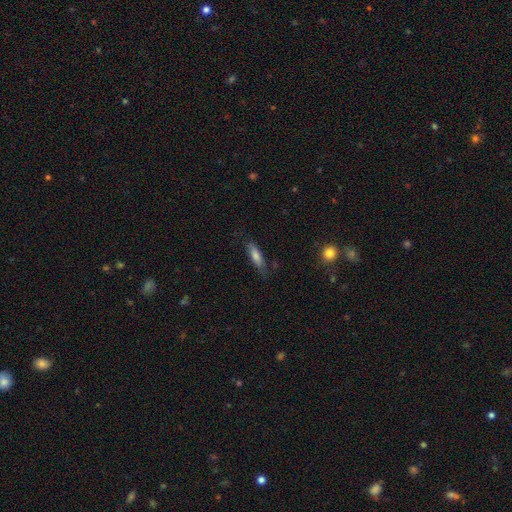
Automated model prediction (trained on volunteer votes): Morphology: type=smooth (68%); roundness=cigar-shaped (66%); merging=none (74%).